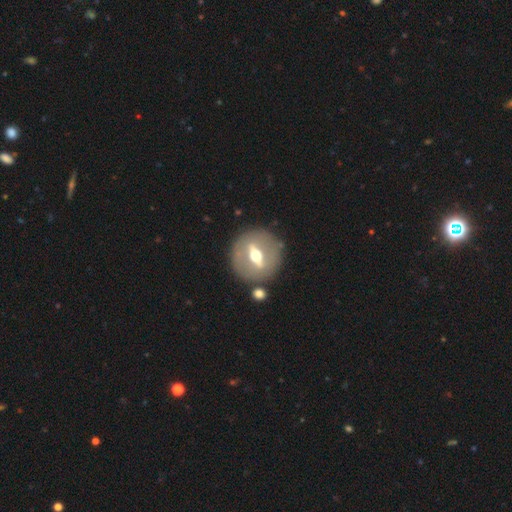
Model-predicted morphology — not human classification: Smooth or featured? featured or disk (74%)
Edge-on disk? no (55%)
Merging? none (84%)